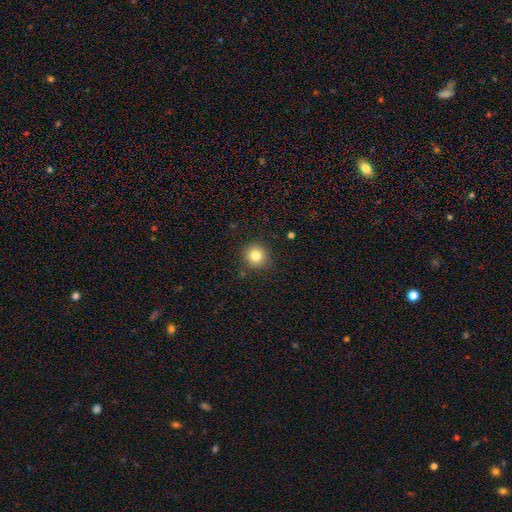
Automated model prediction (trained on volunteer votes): Overall: smooth (82%). How rounded: round (90%). Merging: none (88%).